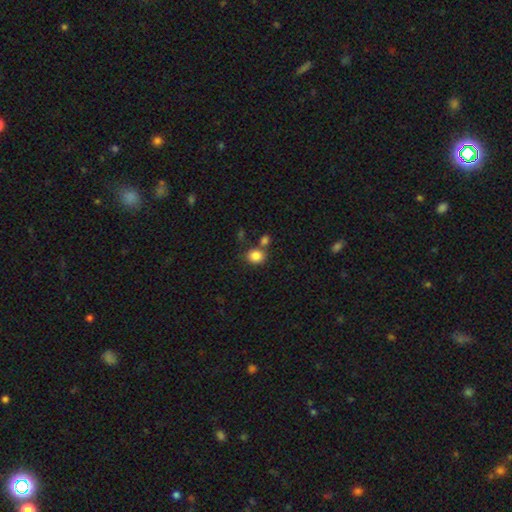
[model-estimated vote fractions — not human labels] The model was most divided on "how rounded": round: 69%, in between: 30%, cigar-shaped: 1%. More confident: smooth or featured — smooth (85%); merging — none (67%).